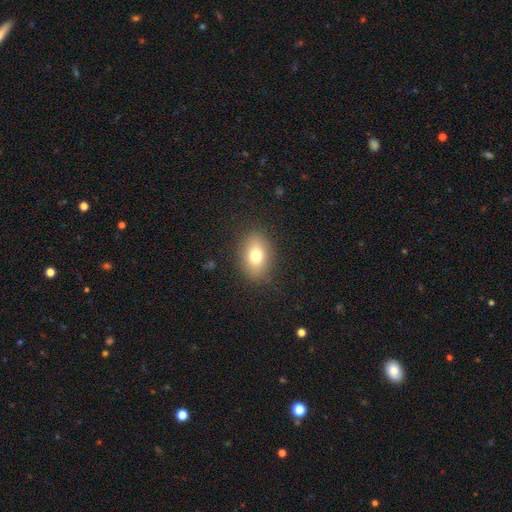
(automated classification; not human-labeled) Morphology: type=smooth (73%); roundness=in between (76%); merging=none (86%).